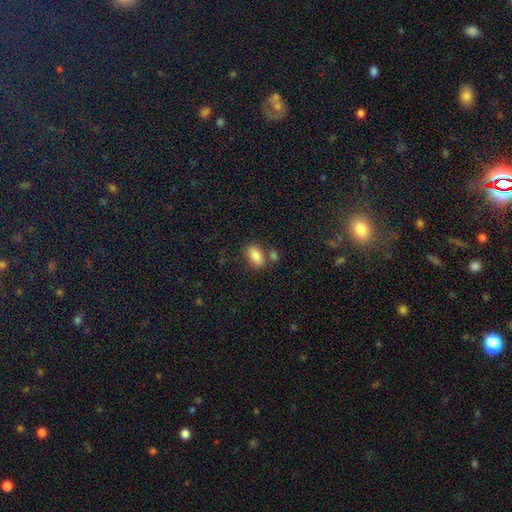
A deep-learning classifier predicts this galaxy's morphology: Smooth or featured?
  - smooth: 84% *
  - featured or disk: 8%
  - star or artifact: 8%
How rounded?
  - in between: 90% *
  - round: 7%
  - cigar-shaped: 3%
Merging?
  - none: 63% *
  - merger: 21%
  - minor disturbance: 12%
  - major disturbance: 4%